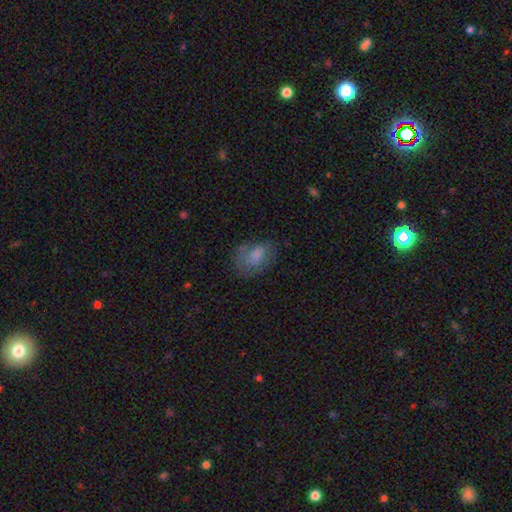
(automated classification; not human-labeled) A smooth galaxy with no disk features (66%) that is in between round and cigar-shaped (80%). Merging: none (56%).